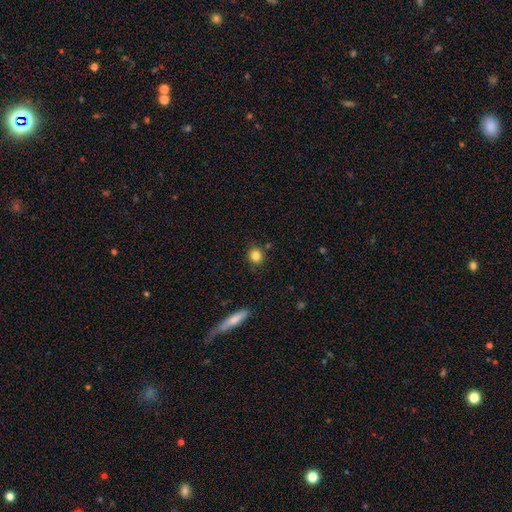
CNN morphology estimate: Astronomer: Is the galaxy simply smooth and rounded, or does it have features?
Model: smooth — 83%.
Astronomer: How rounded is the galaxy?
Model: round — 85%.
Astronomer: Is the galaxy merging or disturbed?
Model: none — 86%.